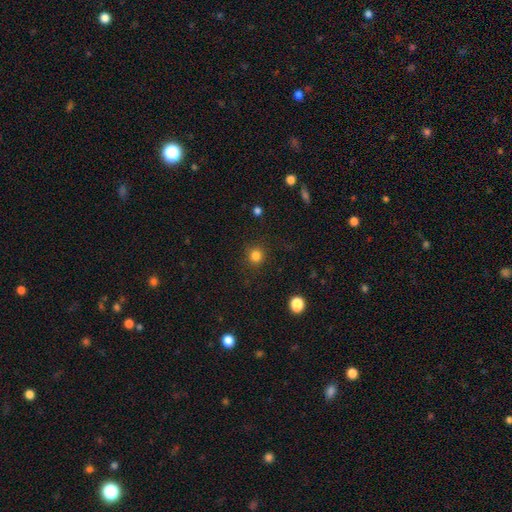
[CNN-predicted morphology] This is clearly a smooth galaxy (83%). How rounded: clearly round (92%). Merging: clearly none (89%).